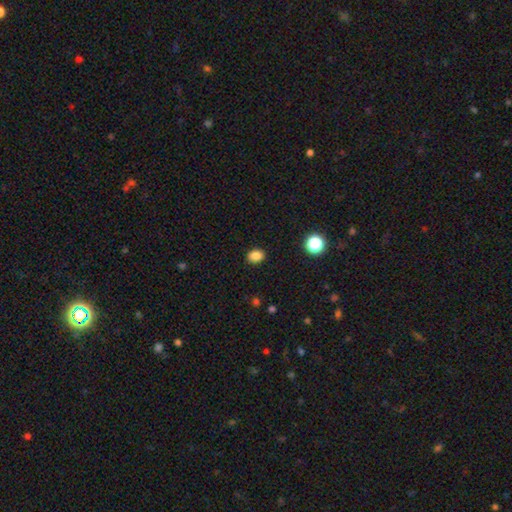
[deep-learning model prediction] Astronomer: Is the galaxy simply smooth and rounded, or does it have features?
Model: smooth — 84%.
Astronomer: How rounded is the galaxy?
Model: in between — 61% (runner-up: round, 38%).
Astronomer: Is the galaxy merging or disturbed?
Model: none — 90%.